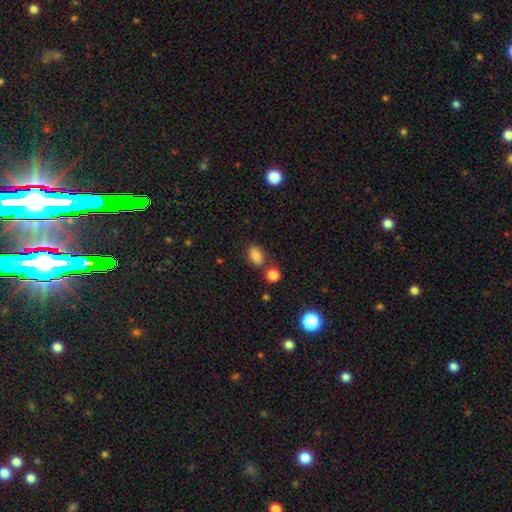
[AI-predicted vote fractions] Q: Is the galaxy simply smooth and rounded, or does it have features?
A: smooth — 82%.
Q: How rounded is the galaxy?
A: in between — 79%.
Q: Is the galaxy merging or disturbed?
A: none — 66%.